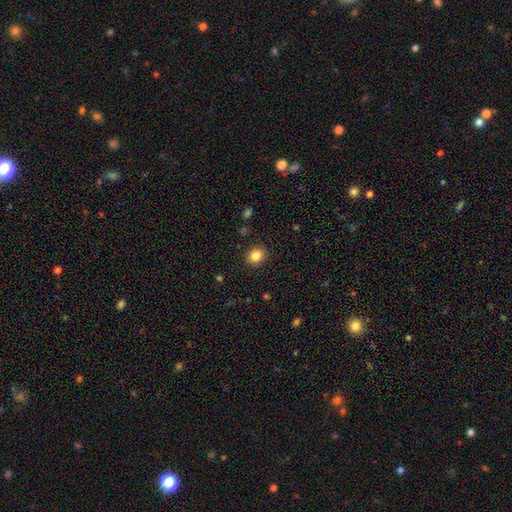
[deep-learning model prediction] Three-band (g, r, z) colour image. It shows a smooth galaxy with no disk features (84%) that is round (68%). Merging: none (90%).